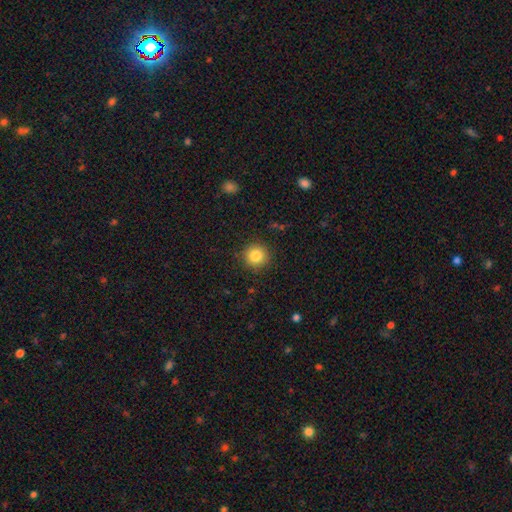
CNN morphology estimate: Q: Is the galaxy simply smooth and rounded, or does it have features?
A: smooth — 84%.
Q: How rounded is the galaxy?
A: round — 94%.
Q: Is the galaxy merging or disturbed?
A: none — 90%.